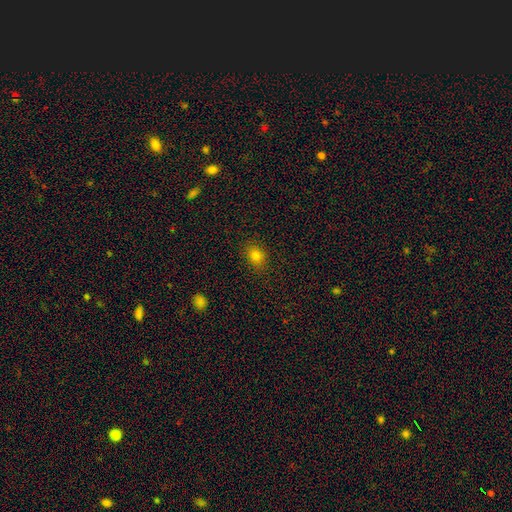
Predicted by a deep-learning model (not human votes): A smooth galaxy with no disk features (80%) that is in between round and cigar-shaped (55%).

Vote fractions:
- Smooth or featured? smooth: 80% / star or artifact: 13% / featured or disk: 7%
- How rounded? in between: 55% / round: 44% / cigar-shaped: 1%
- Merging? none: 87% / minor disturbance: 9% / major disturbance: 2% / merger: 1%